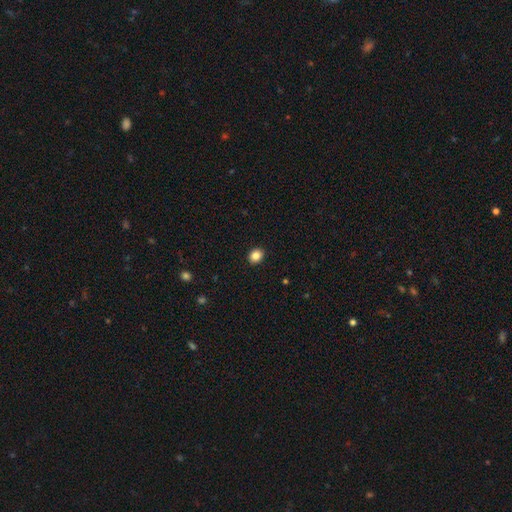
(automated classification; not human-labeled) This appears to be a smooth galaxy with no disk features (86%) that is round (57%). Merging: none (92%).